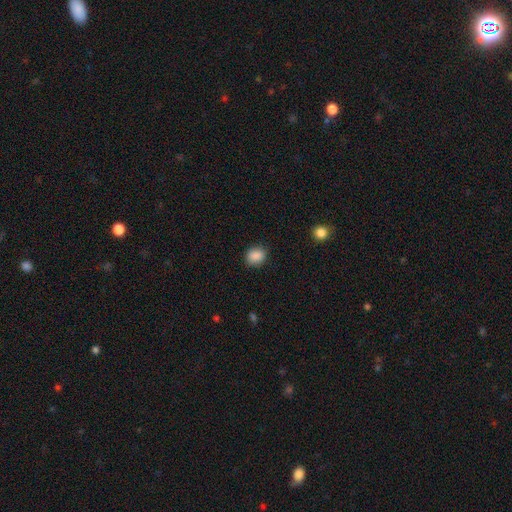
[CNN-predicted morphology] smooth 88%, star or artifact 9%, featured or disk 3%. Down the decision tree: how rounded — round (59%); merging — none (85%).